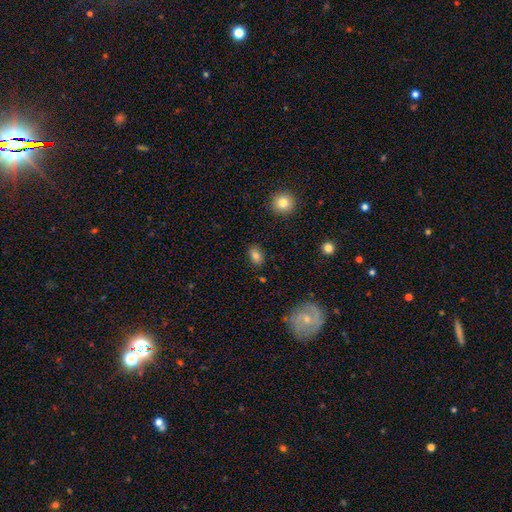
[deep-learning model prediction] A smooth galaxy with no disk features (82%) that is in between round and cigar-shaped (80%).

Vote fractions:
- Smooth or featured? smooth: 82% / star or artifact: 11% / featured or disk: 8%
- How rounded? in between: 80% / round: 18% / cigar-shaped: 2%
- Merging? none: 85% / minor disturbance: 11% / major disturbance: 2% / merger: 2%